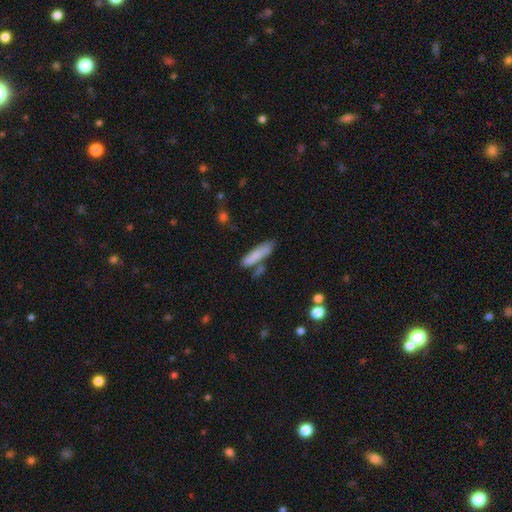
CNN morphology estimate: This is likely a smooth galaxy (78%). How rounded: likely cigar-shaped (71%). Merging: possibly none (60%).